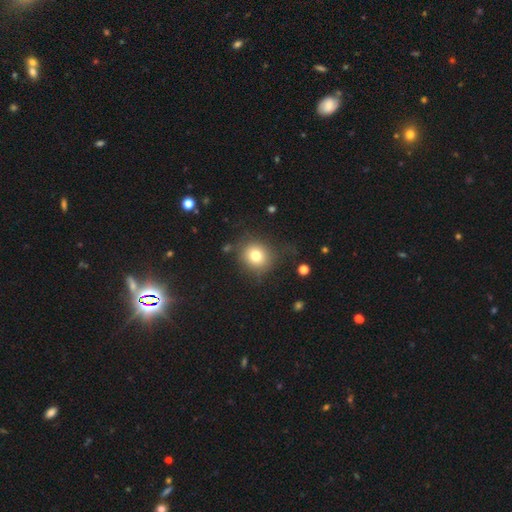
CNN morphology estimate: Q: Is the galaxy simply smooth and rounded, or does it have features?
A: smooth — 77%.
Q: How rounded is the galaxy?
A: round — 87%.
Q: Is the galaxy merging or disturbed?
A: none — 79%.